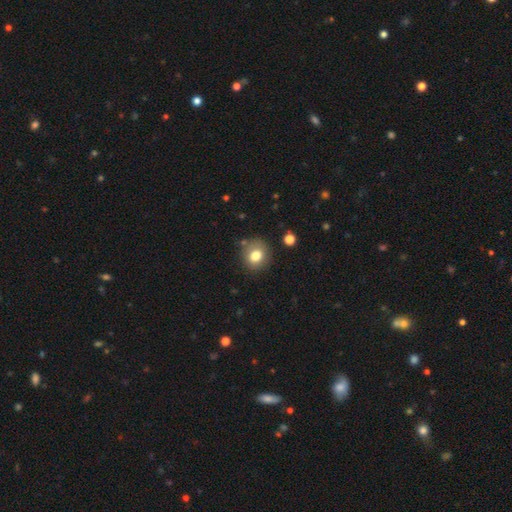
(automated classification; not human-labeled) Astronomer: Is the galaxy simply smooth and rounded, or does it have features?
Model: smooth — 79%.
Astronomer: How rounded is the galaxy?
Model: round — 78%.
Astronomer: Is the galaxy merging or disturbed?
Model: none — 82%.